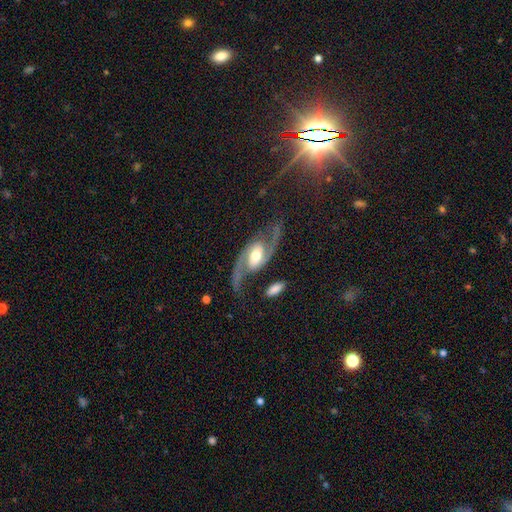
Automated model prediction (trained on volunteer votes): A featured or disk galaxy (90%) with a weak bar (42%), 2 (94%) loose (51%) spiral arms (97%) and a moderate central bulge (65%).

Vote fractions:
- Smooth or featured? featured or disk: 90% / smooth: 5% / star or artifact: 5%
- Edge-on disk? no: 96% / yes: 4%
- Bar? weak: 42% / no: 33% / strong: 25%
- Spiral arms? yes: 97% / no: 3%
- Spiral winding? loose: 51% / medium: 39% / tight: 9%
- Spiral arm count? 2: 94% / 1: 2% / can't tell: 2% / 3: 1% / 4: 1% / more than 4: 1%
- Bulge size? moderate: 65% / large: 16% / small: 16% / dominant: 2% / none: 1%
- Merging? none: 71% / minor disturbance: 14% / major disturbance: 11% / merger: 4%